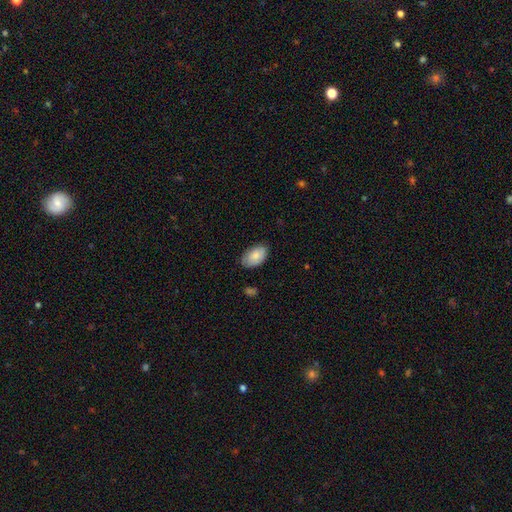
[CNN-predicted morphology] Smooth or featured: smooth — 84% (featured or disk — 10%)
How rounded: in between — 93% (round — 6%)
Merging: none — 79% (minor disturbance — 17%)